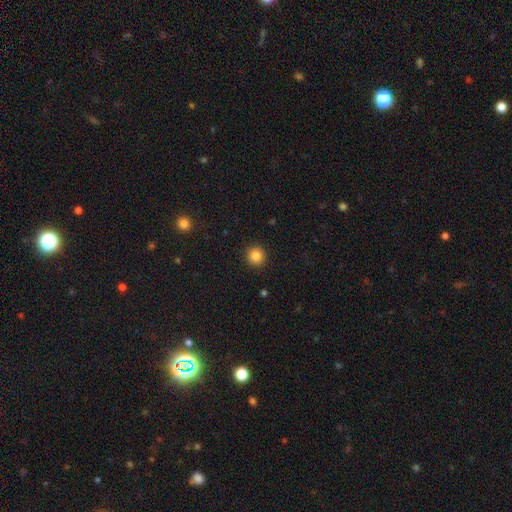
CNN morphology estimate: Overall: smooth (85%). How rounded: round (94%). Merging: none (92%).